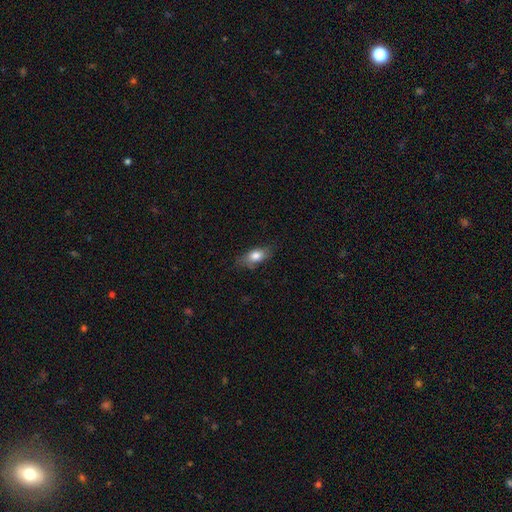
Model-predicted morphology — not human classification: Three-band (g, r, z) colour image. It shows a smooth galaxy with no disk features (79%) that is in between round and cigar-shaped (82%). Merging: none (72%).